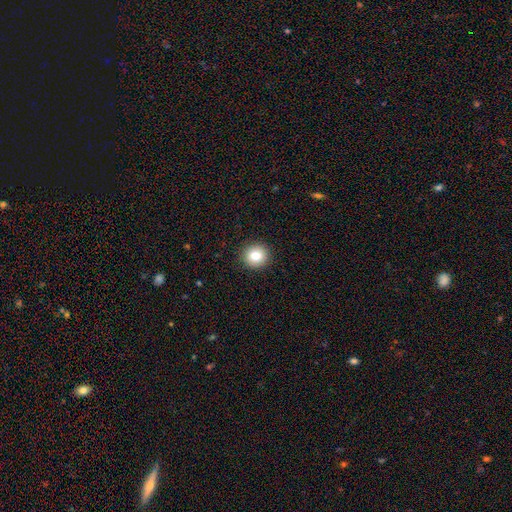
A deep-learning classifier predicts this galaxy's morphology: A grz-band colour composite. It shows a smooth galaxy with no disk features (80%) that is round (92%). Merging: none (93%).